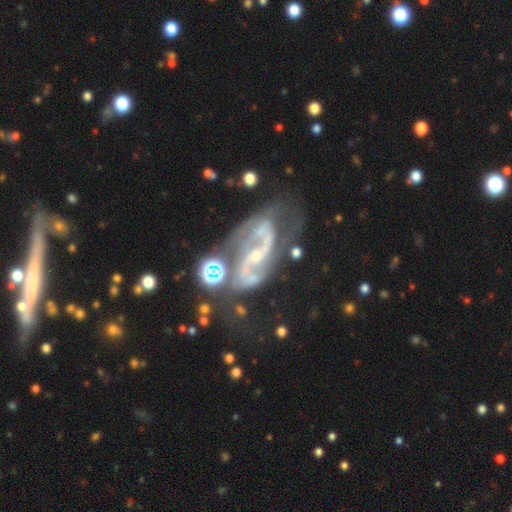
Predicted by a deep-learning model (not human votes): Smooth or featured? featured or disk (90%)
Edge-on disk? no (97%)
Bar? weak (43%)
Spiral arms? yes (97%)
Spiral winding? medium (53%)
Spiral arm count? 2 (88%)
Bulge size? small (66%)
Merging? none (50%)